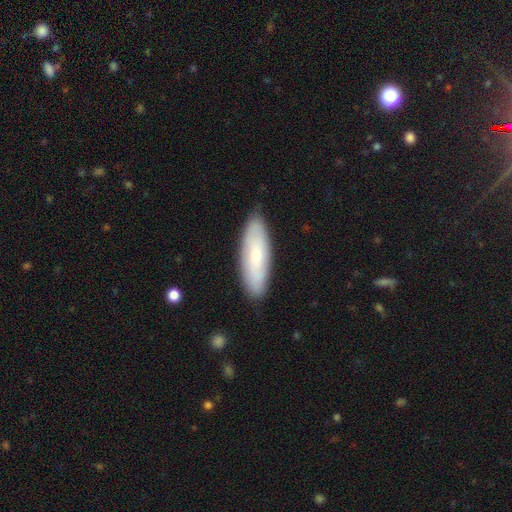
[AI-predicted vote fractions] Smooth or featured: smooth — 68% (featured or disk — 26%)
How rounded: in between — 54% (cigar-shaped — 45%)
Merging: none — 84% (minor disturbance — 12%)